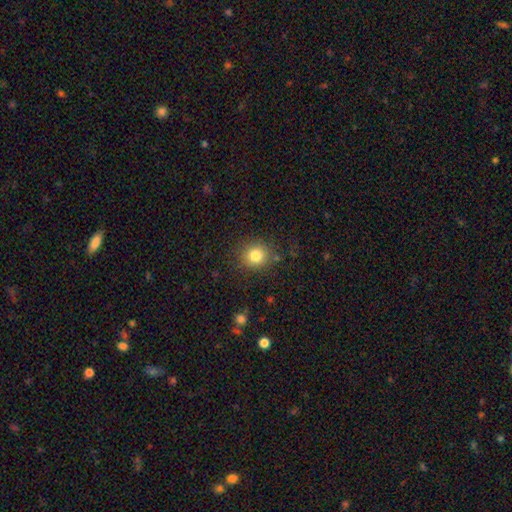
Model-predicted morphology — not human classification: Smooth or featured?
  - smooth: 82% *
  - star or artifact: 12%
  - featured or disk: 7%
How rounded?
  - round: 85% *
  - in between: 14%
  - cigar-shaped: 1%
Merging?
  - none: 85% *
  - minor disturbance: 9%
  - major disturbance: 3%
  - merger: 2%